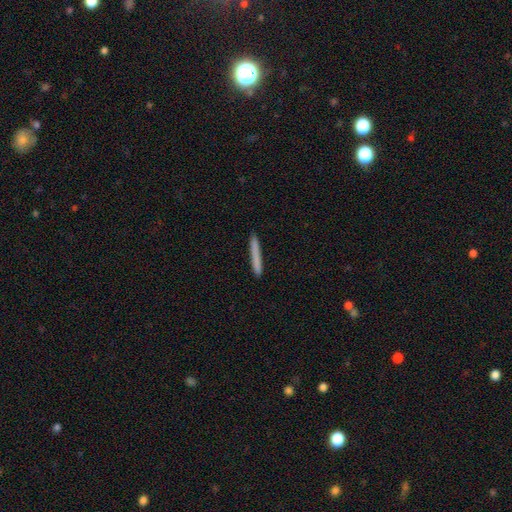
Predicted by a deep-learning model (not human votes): Morphology: type=smooth (74%); roundness=cigar-shaped (97%); merging=none (92%).